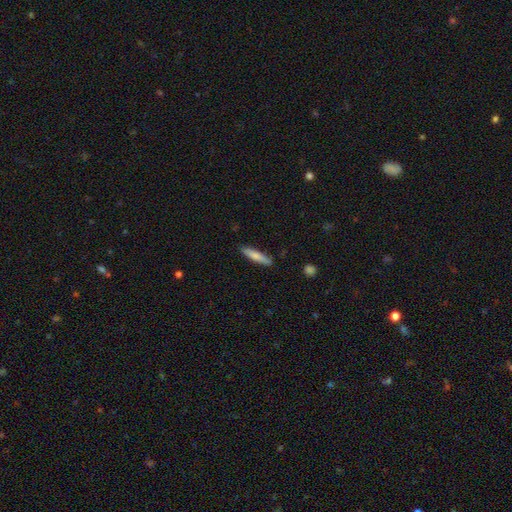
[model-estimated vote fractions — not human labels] This is likely a smooth galaxy (74%). How rounded: clearly cigar-shaped (88%). Merging: clearly none (87%).